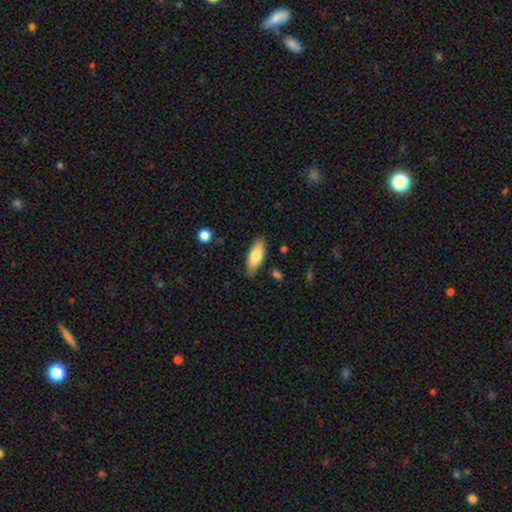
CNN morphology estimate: smooth 77%, featured or disk 17%, star or artifact 6%. Down the decision tree: how rounded — in between (74%); merging — none (84%).